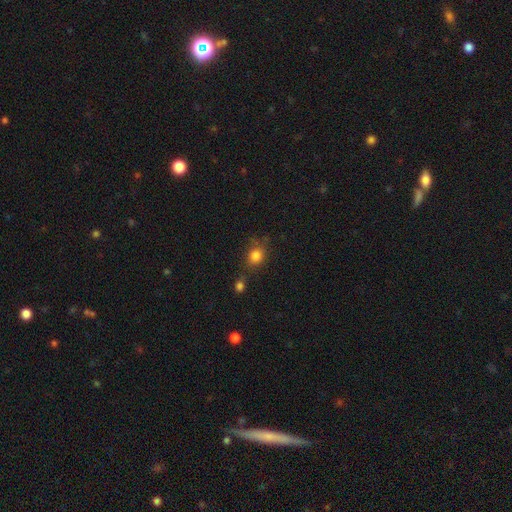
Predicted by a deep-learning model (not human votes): A smooth galaxy with no disk features (82%) that is round (63%). Merging: none (65%).